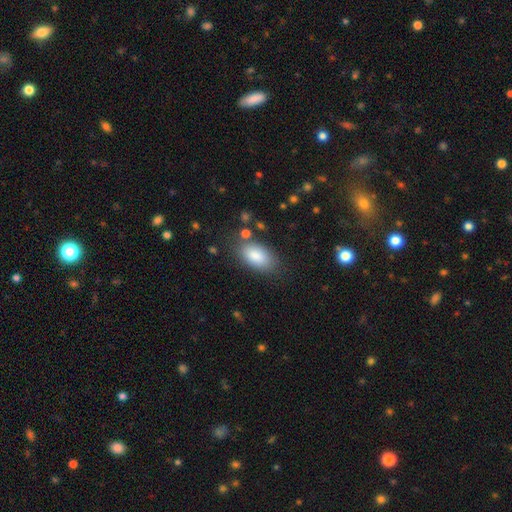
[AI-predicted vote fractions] A smooth galaxy with no disk features (86%) that is in between round and cigar-shaped (93%). Merging: none (76%).